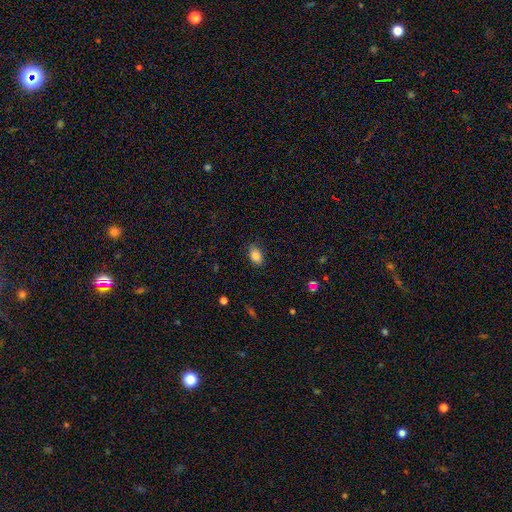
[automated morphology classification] Overall: smooth (87%). How rounded: in between (85%). Merging: none (81%).